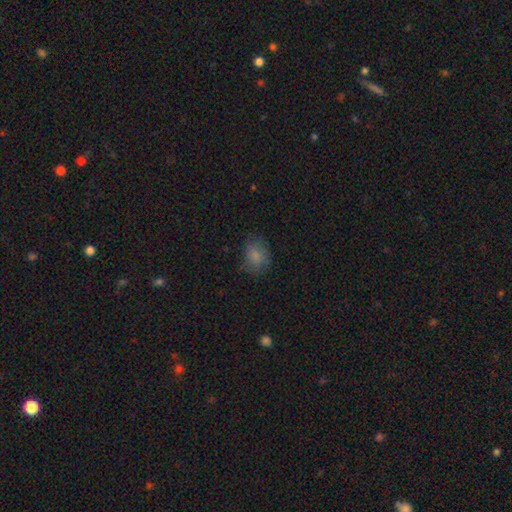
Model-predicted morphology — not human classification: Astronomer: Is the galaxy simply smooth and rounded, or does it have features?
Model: smooth — 82%.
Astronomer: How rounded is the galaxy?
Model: in between — 53% (runner-up: round, 46%).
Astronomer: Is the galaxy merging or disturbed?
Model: none — 69%.